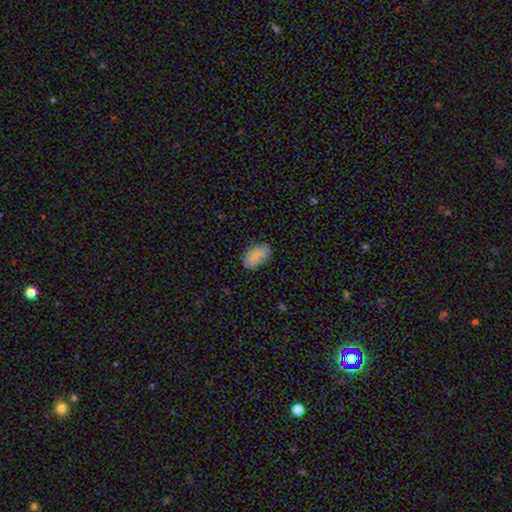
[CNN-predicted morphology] A smooth galaxy with no disk features (80%) that is in between round and cigar-shaped (92%).

Vote fractions:
- Smooth or featured? smooth: 80% / featured or disk: 12% / star or artifact: 7%
- How rounded? in between: 92% / round: 7% / cigar-shaped: 2%
- Merging? none: 81% / minor disturbance: 15% / major disturbance: 3% / merger: 1%